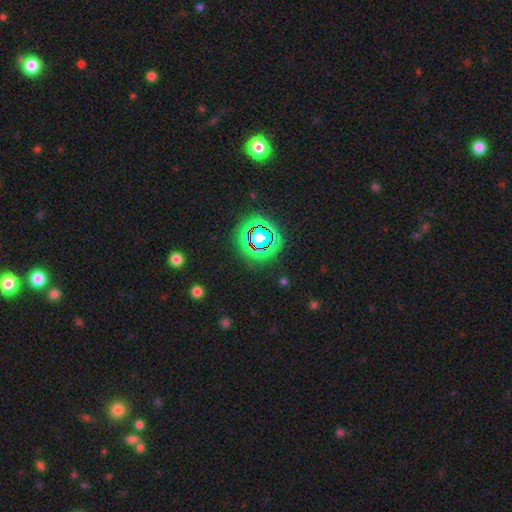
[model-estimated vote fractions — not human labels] Smooth or featured? star or artifact (78%)